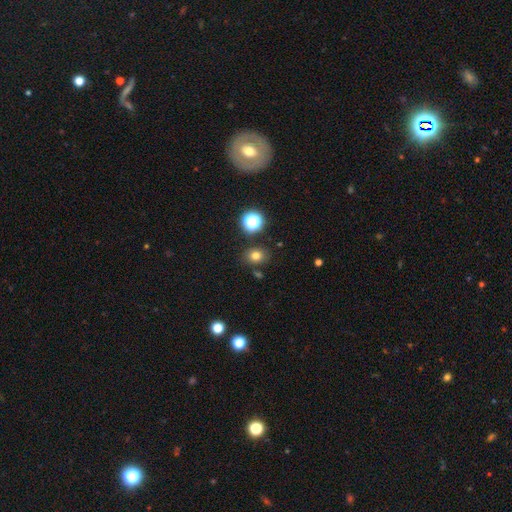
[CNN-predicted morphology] This appears to be a smooth galaxy with no disk features (76%) that is round (59%). Merging: none (82%).